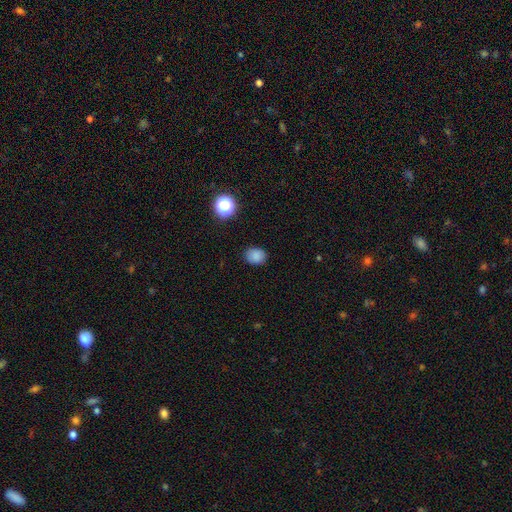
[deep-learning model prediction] This is clearly a smooth galaxy (83%). How rounded: possibly round (52%). Merging: clearly none (85%).